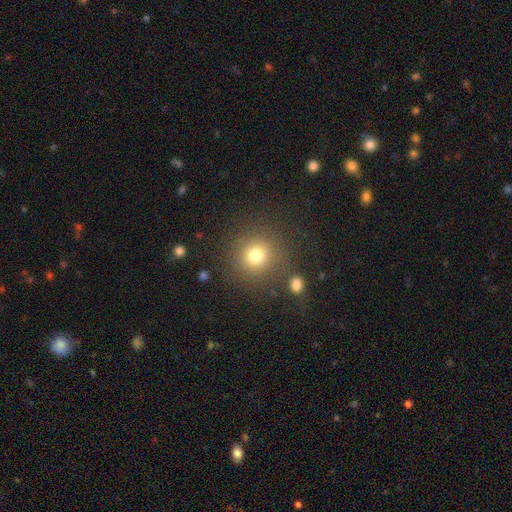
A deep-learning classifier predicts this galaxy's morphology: Smooth or featured: smooth — 76% (star or artifact — 15%)
How rounded: round — 91% (in between — 8%)
Merging: none — 81% (minor disturbance — 9%)